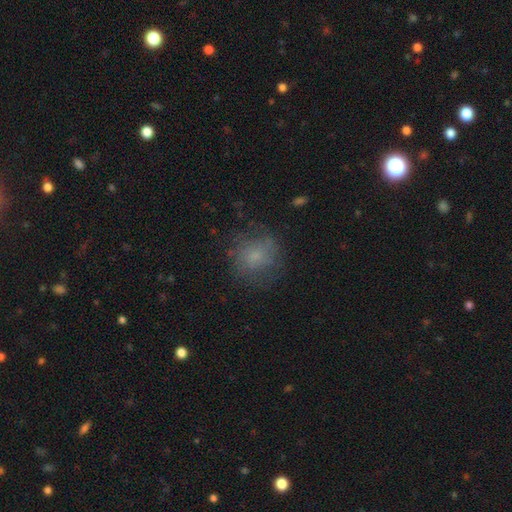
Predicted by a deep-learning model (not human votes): The model was most divided on "smooth or featured": smooth: 63%, featured or disk: 24%, star or artifact: 13%. More confident: how rounded — round (83%); merging — none (70%).